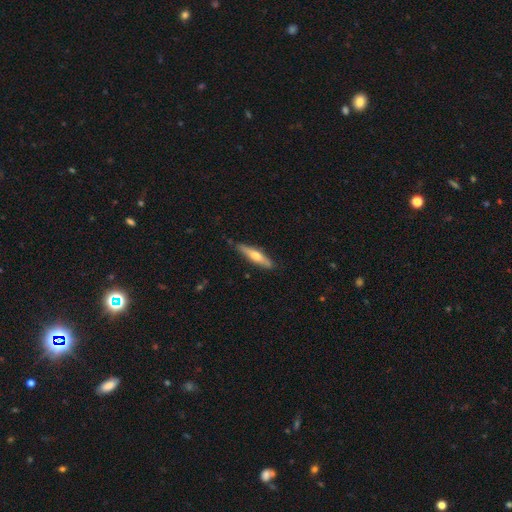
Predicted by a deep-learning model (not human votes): smooth_or_featured: featured or disk (p=0.48) [alt: smooth p=0.47]
merging: none (p=0.85) [alt: minor disturbance p=0.12]